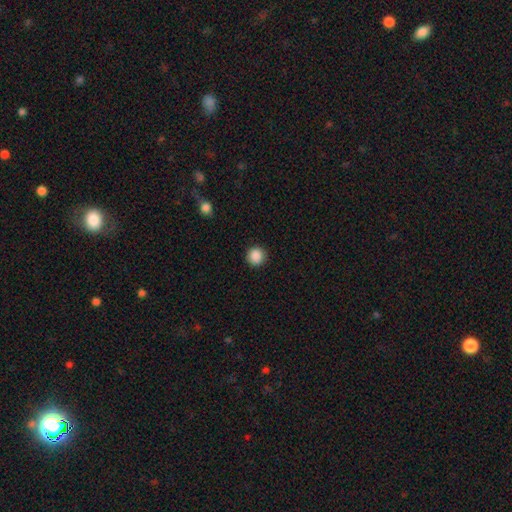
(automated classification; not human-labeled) smooth 88%, star or artifact 9%, featured or disk 3%. Down the decision tree: how rounded — round (94%); merging — none (92%).